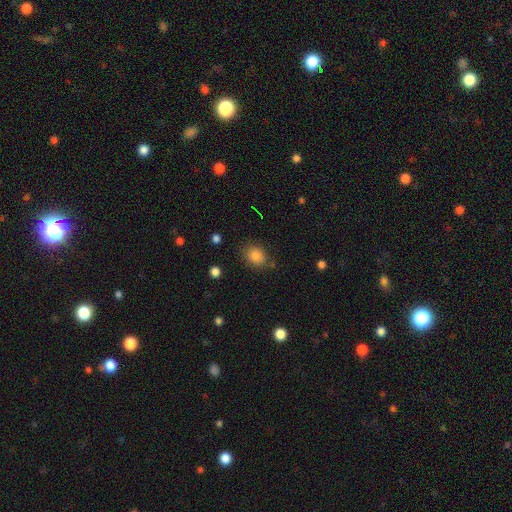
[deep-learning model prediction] The model was most divided on "how rounded": round: 51%, in between: 48%, cigar-shaped: 1%. More confident: smooth or featured — smooth (84%); merging — none (78%).